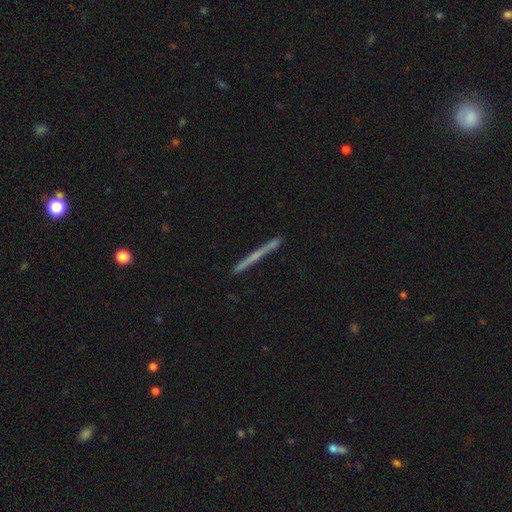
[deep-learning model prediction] A featured or disk galaxy (53%) viewed edge-on (97%) with no central bulge (83%). Merging: none (89%).